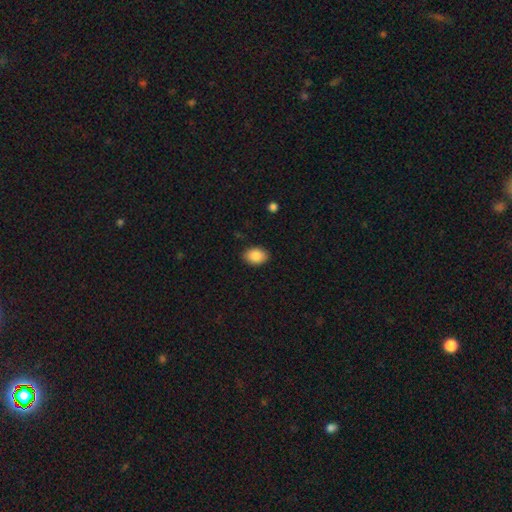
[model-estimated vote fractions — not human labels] smooth 88%, star or artifact 7%, featured or disk 5%. Down the decision tree: how rounded — in between (79%); merging — none (89%).